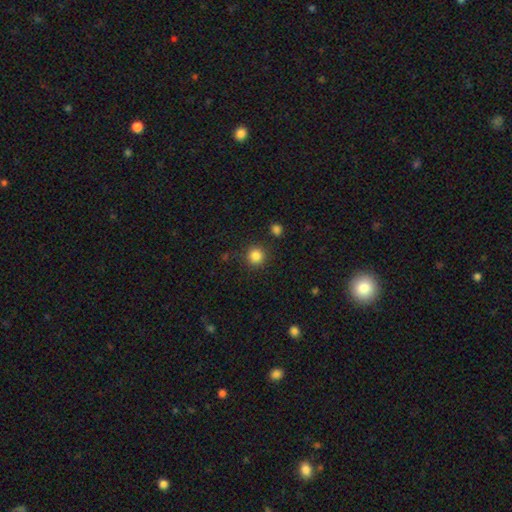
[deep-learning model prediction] Smooth or featured? Predicted: smooth (p=0.85). How rounded? Predicted: round (p=0.94). Merging? Predicted: none (p=0.89).